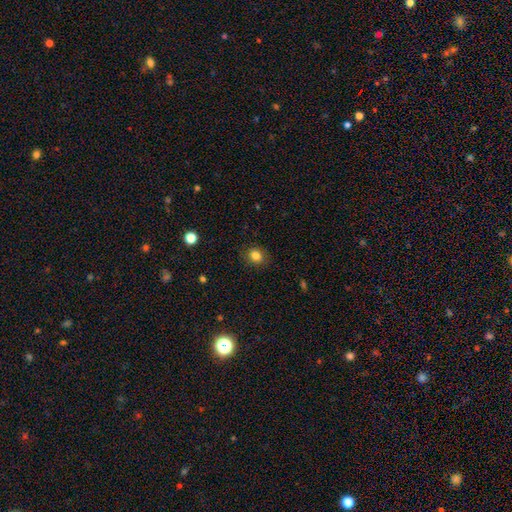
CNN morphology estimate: Smooth or featured?
  - smooth: 82% *
  - star or artifact: 11%
  - featured or disk: 7%
How rounded?
  - round: 58% *
  - in between: 41%
  - cigar-shaped: 1%
Merging?
  - none: 86% *
  - minor disturbance: 10%
  - major disturbance: 3%
  - merger: 1%